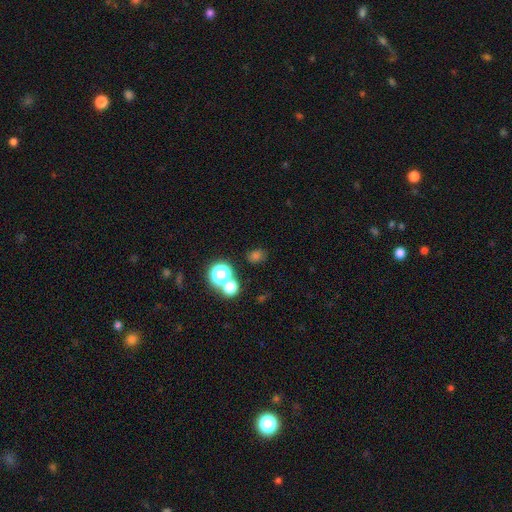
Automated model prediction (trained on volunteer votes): The model was most divided on "how rounded": round: 64%, in between: 35%, cigar-shaped: 1%. More confident: merging — none (73%); smooth or featured — smooth (65%).